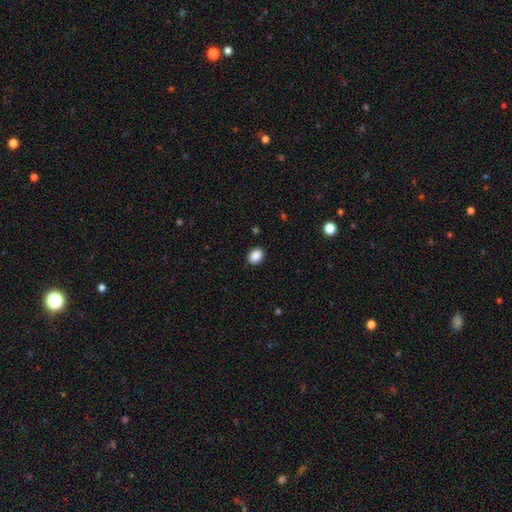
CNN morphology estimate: Smooth or featured?
  - smooth: 89% *
  - star or artifact: 9%
  - featured or disk: 3%
How rounded?
  - in between: 57% *
  - round: 42%
  - cigar-shaped: 1%
Merging?
  - none: 89% *
  - minor disturbance: 8%
  - major disturbance: 2%
  - merger: 1%